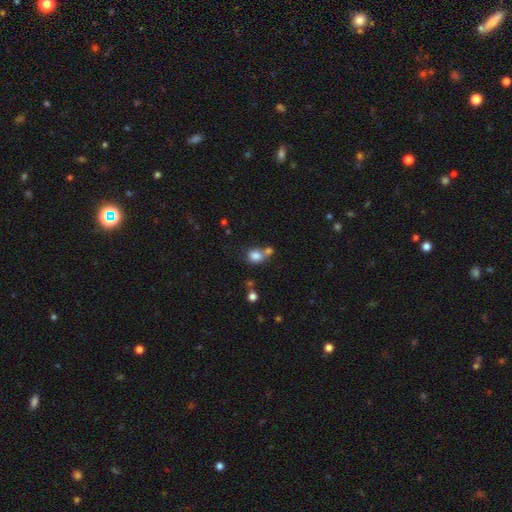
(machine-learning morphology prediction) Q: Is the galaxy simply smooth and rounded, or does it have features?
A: smooth — 81%.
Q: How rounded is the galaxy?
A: round — 72%.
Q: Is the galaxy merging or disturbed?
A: none — 46%.